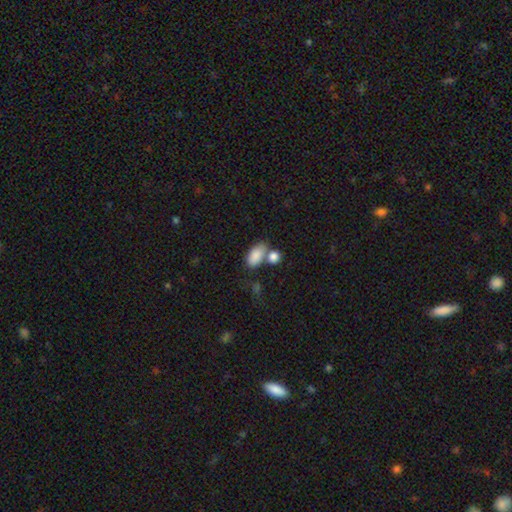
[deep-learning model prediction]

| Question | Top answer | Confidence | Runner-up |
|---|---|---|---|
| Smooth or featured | smooth | 86% | star or artifact (7%) |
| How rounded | in between | 91% | round (7%) |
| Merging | none | 48% | merger (33%) |